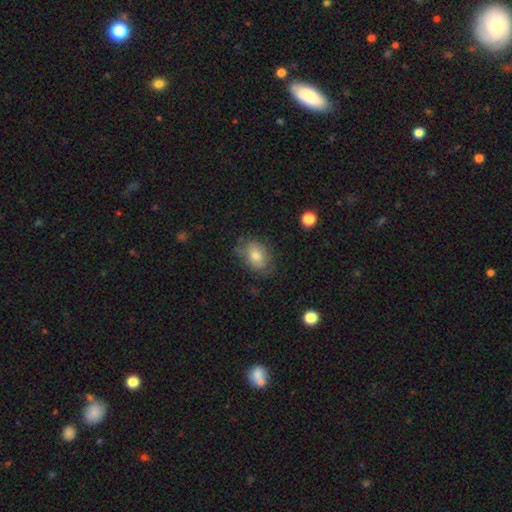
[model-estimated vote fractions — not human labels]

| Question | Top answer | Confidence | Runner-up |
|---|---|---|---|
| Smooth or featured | smooth | 76% | featured or disk (16%) |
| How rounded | in between | 79% | round (19%) |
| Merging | none | 67% | minor disturbance (24%) |